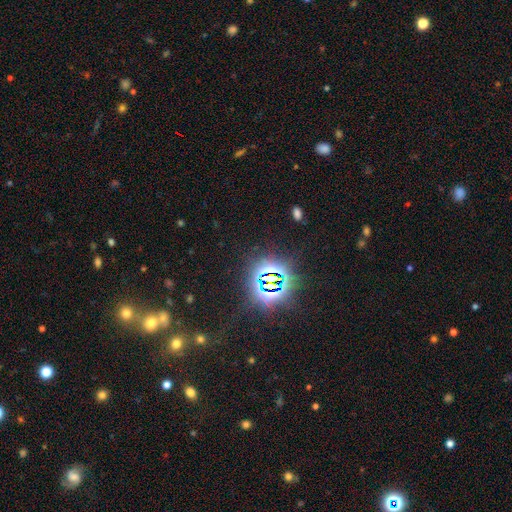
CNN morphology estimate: Smooth or featured: star or artifact — 80% (smooth — 12%)